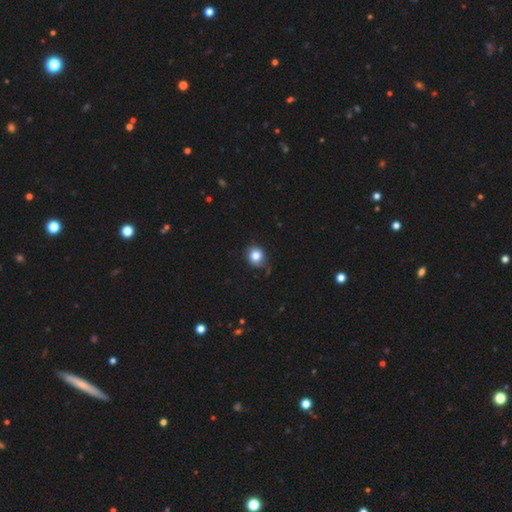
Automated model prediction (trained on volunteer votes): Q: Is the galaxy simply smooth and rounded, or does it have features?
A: smooth — 82%.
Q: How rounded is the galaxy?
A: round — 84%.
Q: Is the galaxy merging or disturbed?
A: none — 80%.